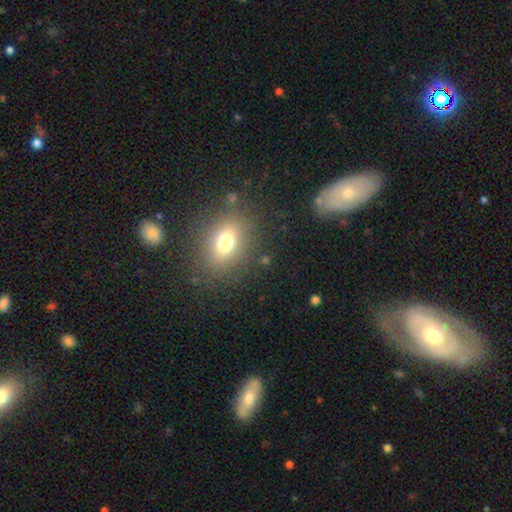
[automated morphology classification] Smooth or featured? smooth (62%)
How rounded? in between (70%)
Merging? none (78%)